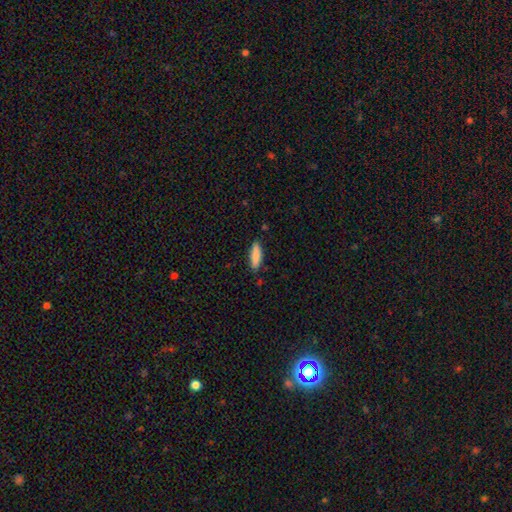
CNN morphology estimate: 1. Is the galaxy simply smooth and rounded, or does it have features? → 86% smooth, 8% featured or disk, 6% star or artifact.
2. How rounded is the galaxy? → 62% cigar-shaped, 37% in between, 2% round.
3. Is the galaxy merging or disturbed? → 84% none, 12% minor disturbance, 2% major disturbance, 2% merger.